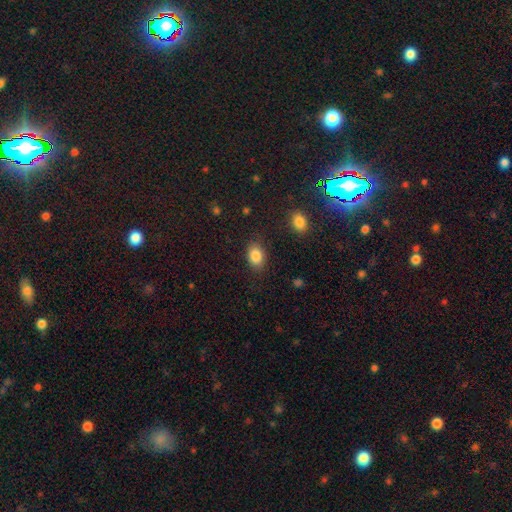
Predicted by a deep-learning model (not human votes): Smooth or featured? smooth (85%)
How rounded? in between (78%)
Merging? none (84%)